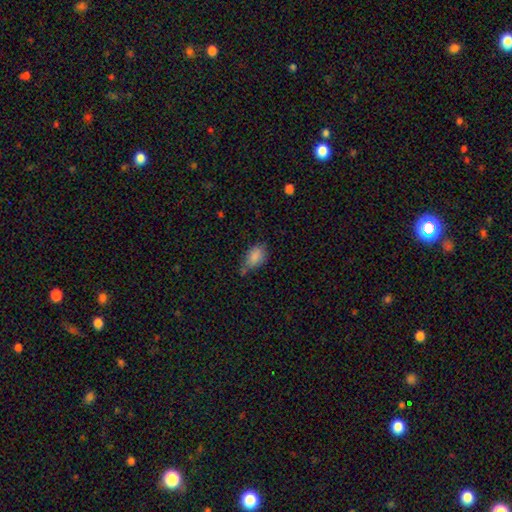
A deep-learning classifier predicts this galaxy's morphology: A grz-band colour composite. It shows a smooth galaxy with no disk features (83%) that is in between round and cigar-shaped (88%). Merging: none (46%).